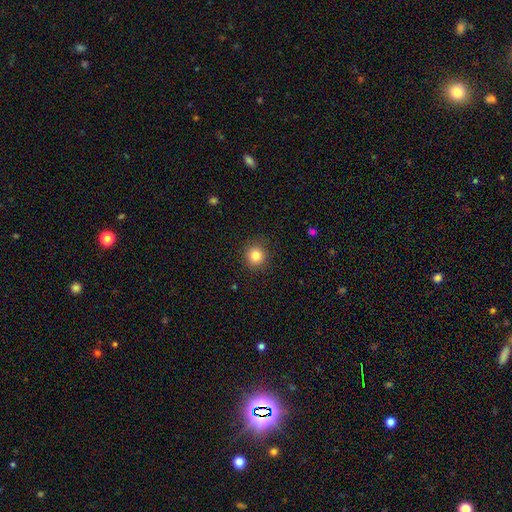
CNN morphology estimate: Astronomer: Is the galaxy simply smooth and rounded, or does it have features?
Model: smooth — 83%.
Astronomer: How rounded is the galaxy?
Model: round — 93%.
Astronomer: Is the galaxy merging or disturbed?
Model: none — 90%.